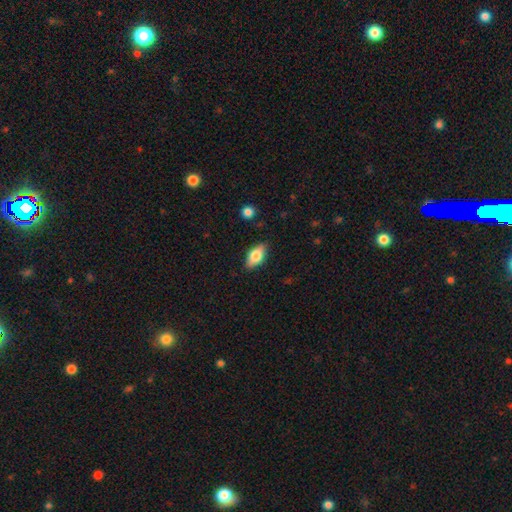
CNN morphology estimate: Smooth or featured: smooth — 73% (featured or disk — 20%)
How rounded: in between — 88% (cigar-shaped — 8%)
Merging: none — 83% (minor disturbance — 13%)